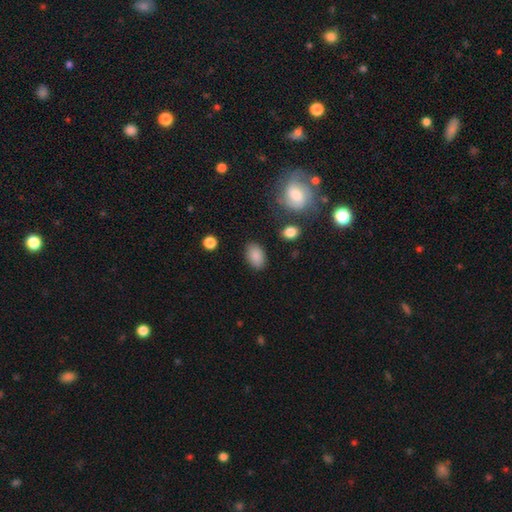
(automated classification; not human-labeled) A smooth galaxy with no disk features (87%) that is in between round and cigar-shaped (88%). Merging: none (85%).